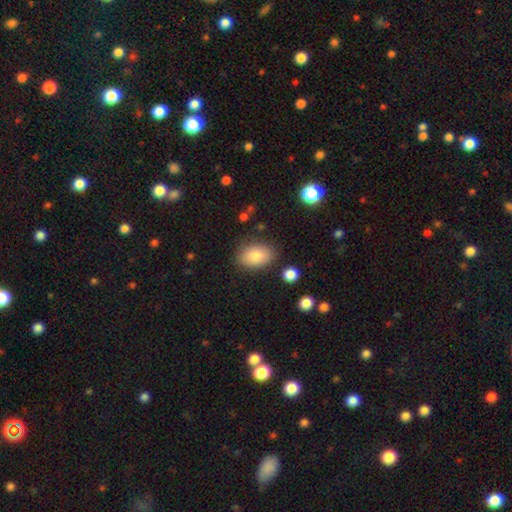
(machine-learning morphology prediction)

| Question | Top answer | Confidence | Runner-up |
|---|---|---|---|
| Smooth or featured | smooth | 81% | featured or disk (12%) |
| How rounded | in between | 85% | round (13%) |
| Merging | none | 80% | minor disturbance (14%) |